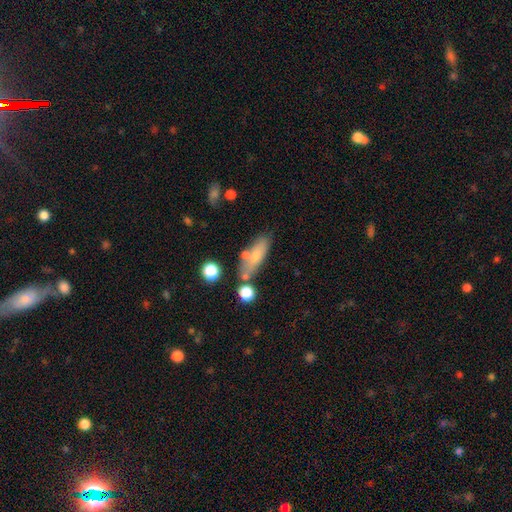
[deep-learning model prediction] A smooth galaxy with no disk features (70%) that is in between round and cigar-shaped (53%). Merging: none (62%).